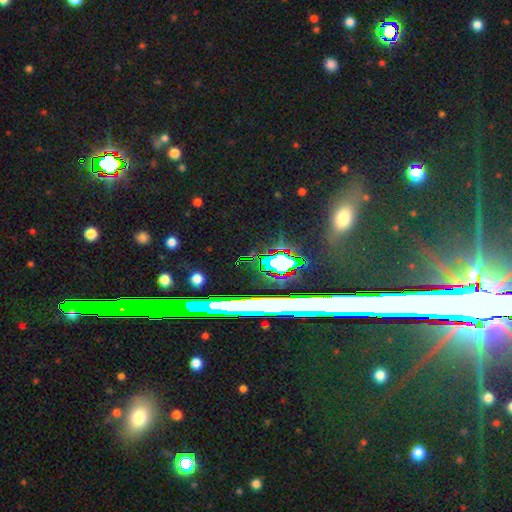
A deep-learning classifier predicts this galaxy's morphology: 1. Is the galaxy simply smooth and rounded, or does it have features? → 66% star or artifact, 21% smooth, 13% featured or disk.